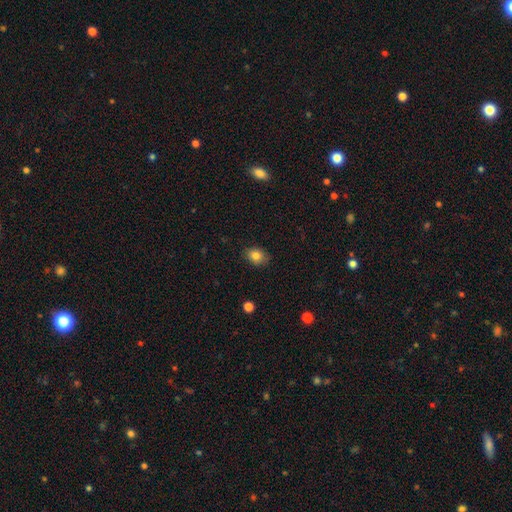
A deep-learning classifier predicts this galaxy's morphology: Smooth or featured? Predicted: smooth (p=0.82). How rounded? Predicted: in between (p=0.64). Merging? Predicted: none (p=0.85).